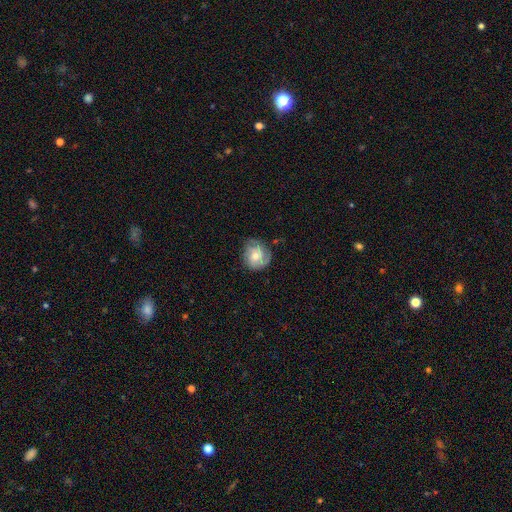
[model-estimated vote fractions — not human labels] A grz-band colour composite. It shows a featured or disk galaxy (56%) with no bar (76%), spiral arms (84%) and a moderate central bulge (63%). Merging: none (67%).